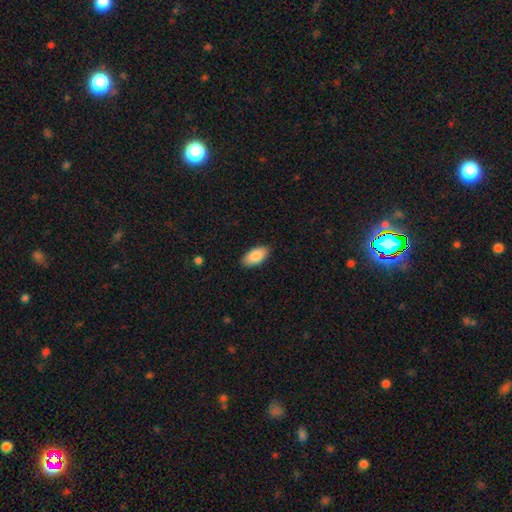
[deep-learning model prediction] A smooth galaxy with no disk features (88%) that is in between round and cigar-shaped (94%).

Vote fractions:
- Smooth or featured? smooth: 88% / featured or disk: 6% / star or artifact: 6%
- How rounded? in between: 94% / cigar-shaped: 4% / round: 2%
- Merging? none: 88% / minor disturbance: 9% / major disturbance: 2% / merger: 1%